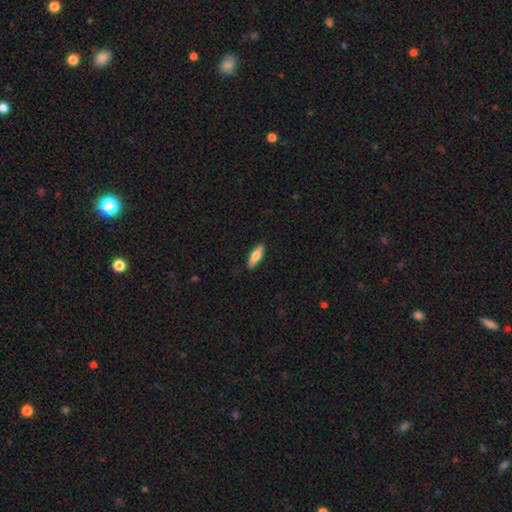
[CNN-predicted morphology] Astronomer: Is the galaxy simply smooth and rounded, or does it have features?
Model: smooth — 66%.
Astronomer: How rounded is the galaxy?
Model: in between — 51% (runner-up: cigar-shaped, 47%).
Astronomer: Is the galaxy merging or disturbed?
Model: none — 88%.